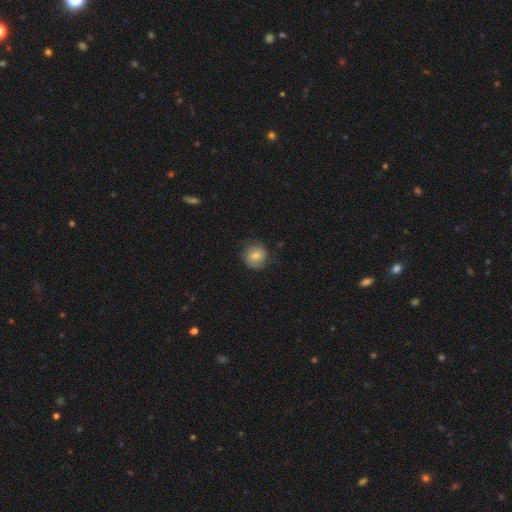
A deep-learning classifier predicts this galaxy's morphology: smooth-or-featured: smooth: 77% | featured or disk: 14% | star or artifact: 8%
  how-rounded: round: 84% | in between: 15% | cigar-shaped: 1%
  merging: none: 76% | minor disturbance: 18% | major disturbance: 5% | merger: 1%